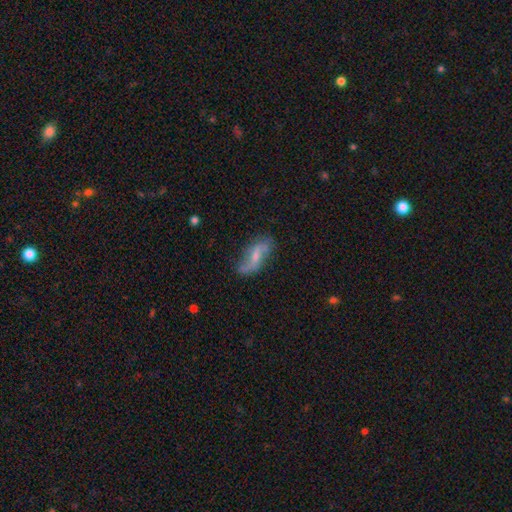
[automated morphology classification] This appears to be a featured or disk galaxy (65%) with a weak bar (47%), 2 (85%) loose (79%) spiral arms (86%) and a small central bulge (40%). Merging: none (59%).